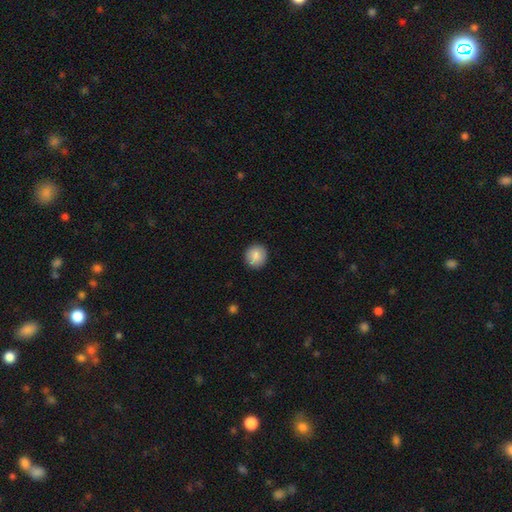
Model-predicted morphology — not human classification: smooth_or_featured: smooth (p=0.87) [alt: star or artifact p=0.08]
how_rounded: round (p=0.88) [alt: in between p=0.11]
merging: none (p=0.90) [alt: minor disturbance p=0.07]